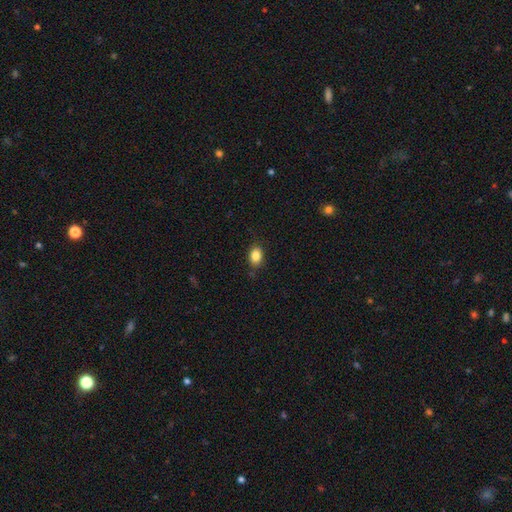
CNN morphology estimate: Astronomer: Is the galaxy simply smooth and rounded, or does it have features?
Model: smooth — 86%.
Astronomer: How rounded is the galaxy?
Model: in between — 76%.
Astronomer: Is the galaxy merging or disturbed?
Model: none — 84%.